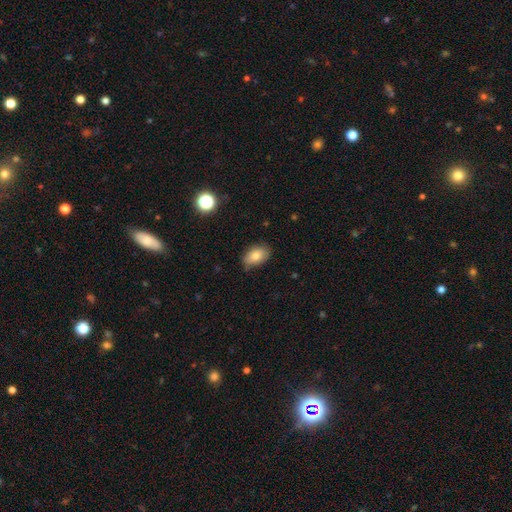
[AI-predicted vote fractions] This is clearly a smooth galaxy (82%). How rounded: clearly in between (89%). Merging: likely none (74%).